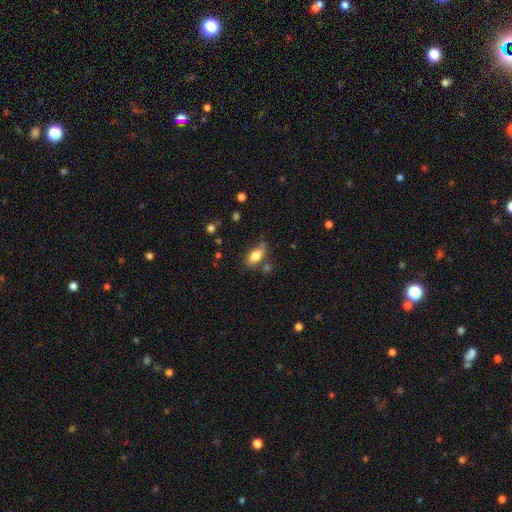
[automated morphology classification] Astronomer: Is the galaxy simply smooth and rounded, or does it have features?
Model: smooth — 79%.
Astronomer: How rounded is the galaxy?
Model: in between — 88%.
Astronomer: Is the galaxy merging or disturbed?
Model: none — 66%.